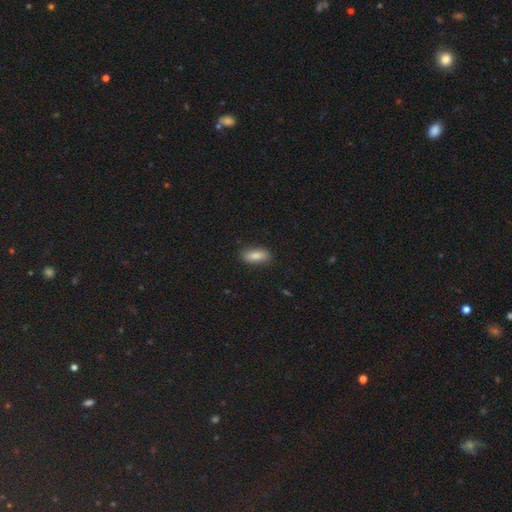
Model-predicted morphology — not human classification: smooth-or-featured: smooth: 82% | featured or disk: 11% | star or artifact: 7%
  how-rounded: in between: 76% | cigar-shaped: 21% | round: 3%
  merging: none: 85% | minor disturbance: 11% | major disturbance: 2% | merger: 1%